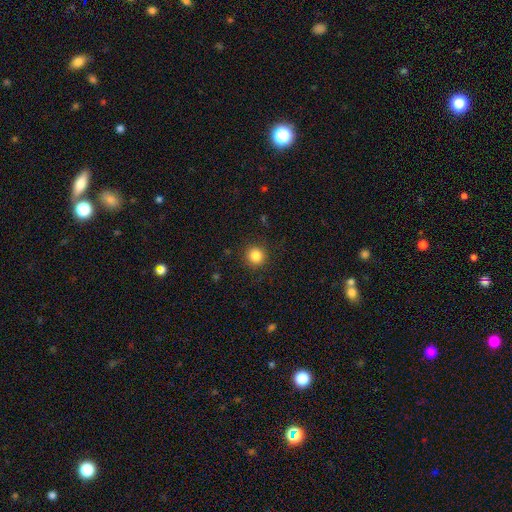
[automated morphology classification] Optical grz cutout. It shows a smooth galaxy with no disk features (85%) that is round (94%). Merging: none (91%).